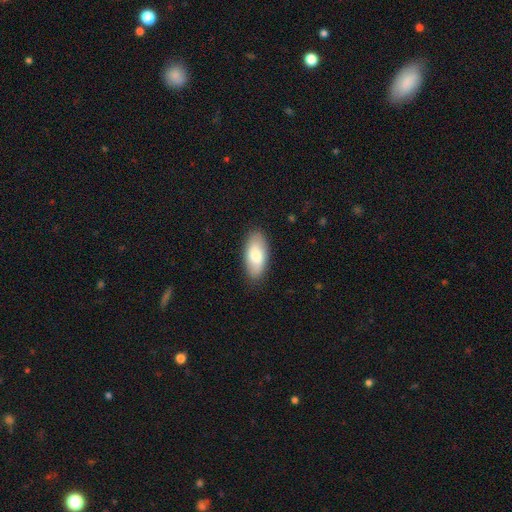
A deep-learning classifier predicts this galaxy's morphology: smooth 78%, featured or disk 16%, star or artifact 6%. Down the decision tree: how rounded — in between (90%); merging — none (87%).